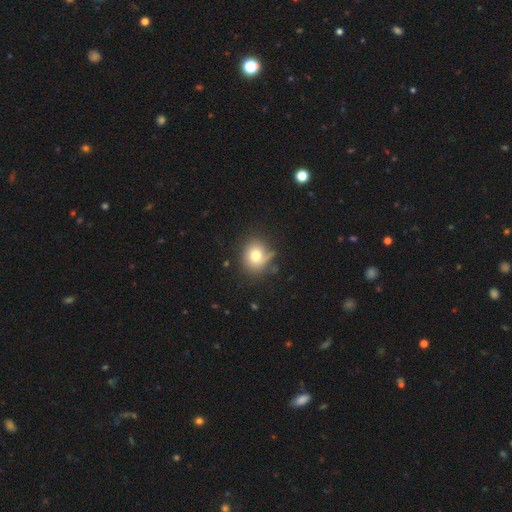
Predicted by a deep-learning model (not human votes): This appears to be a smooth galaxy with no disk features (73%) that is round (72%). Merging: none (67%).